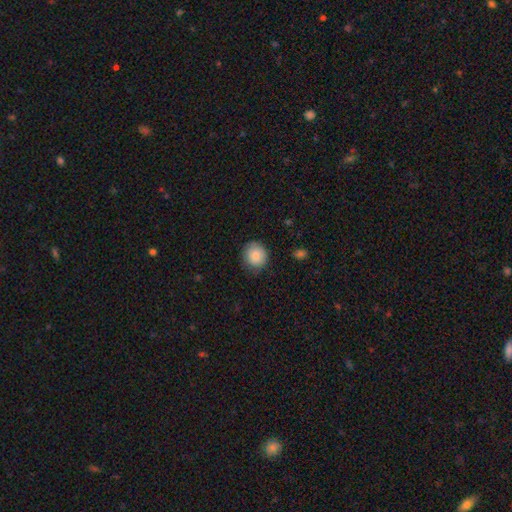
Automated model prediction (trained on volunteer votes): This is clearly a smooth galaxy (85%). How rounded: clearly round (85%). Merging: likely none (80%).